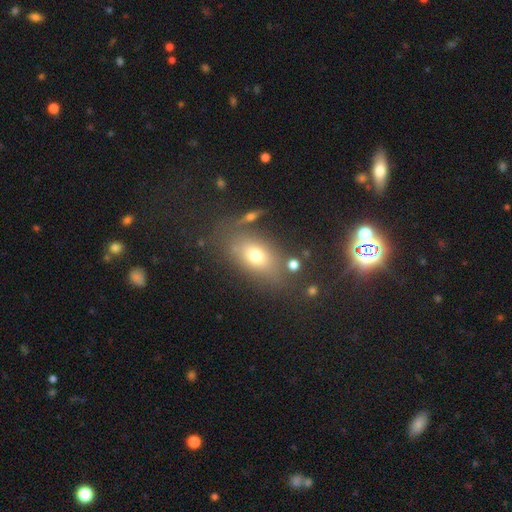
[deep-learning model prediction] A smooth galaxy with no disk features (70%) that is in between round and cigar-shaped (78%).

Vote fractions:
- Smooth or featured? smooth: 70% / featured or disk: 18% / star or artifact: 13%
- How rounded? in between: 78% / round: 17% / cigar-shaped: 6%
- Merging? none: 71% / minor disturbance: 15% / major disturbance: 7% / merger: 7%